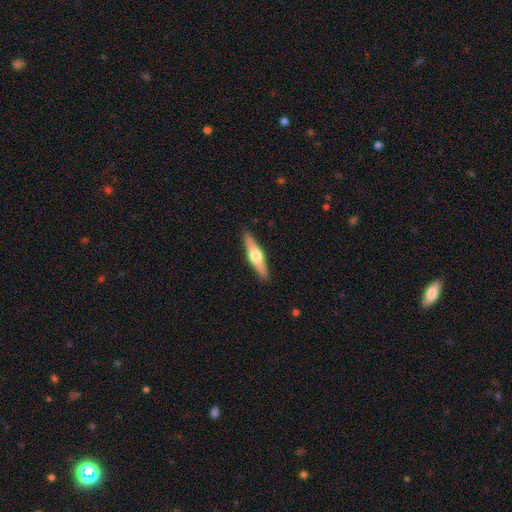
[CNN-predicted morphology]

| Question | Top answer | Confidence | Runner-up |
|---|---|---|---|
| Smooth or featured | featured or disk | 60% | smooth (35%) |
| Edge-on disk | yes | 96% | no (4%) |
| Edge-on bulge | rounded | 94% | boxy (4%) |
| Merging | none | 91% | minor disturbance (7%) |